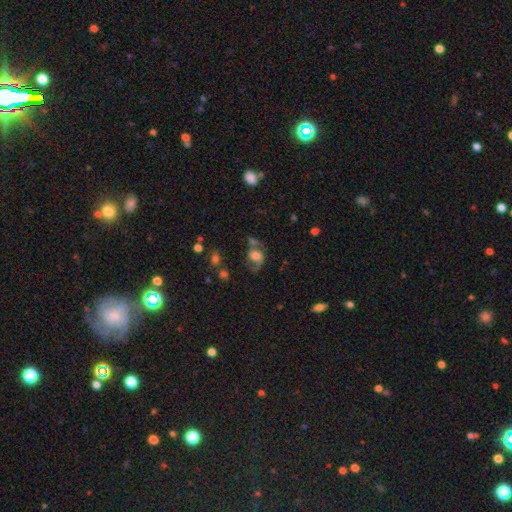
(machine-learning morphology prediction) This is possibly a featured or disk galaxy (53%). It is clearly not viewed edge-on (96%). Bar: possibly no (59%). Spiral arm pattern: likely yes (79%). Central bulge: marginally moderate (36%). Merging: marginally none (44%).